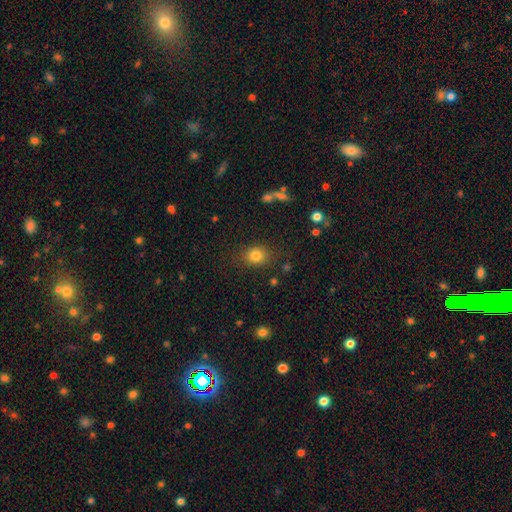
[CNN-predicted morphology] Smooth or featured: smooth — 81% (star or artifact — 12%)
How rounded: round — 61% (in between — 37%)
Merging: none — 82% (minor disturbance — 11%)